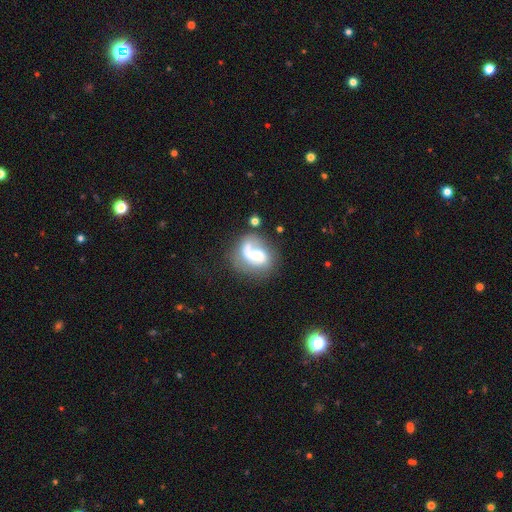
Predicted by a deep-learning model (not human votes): smooth_or_featured: featured or disk (p=0.71) [alt: smooth p=0.22]
disk_edge_on: no (p=0.98) [alt: yes p=0.02]
bar: no (p=0.57) [alt: weak p=0.34]
has_spiral_arms: yes (p=0.88) [alt: no p=0.12]
spiral_winding: loose (p=0.45) [alt: medium p=0.37]
spiral_arm_count: 1 (p=0.50) [alt: 2 p=0.40]
bulge_size: moderate (p=0.43) [alt: small p=0.37]
merging: none (p=0.49) [alt: major disturbance p=0.21]